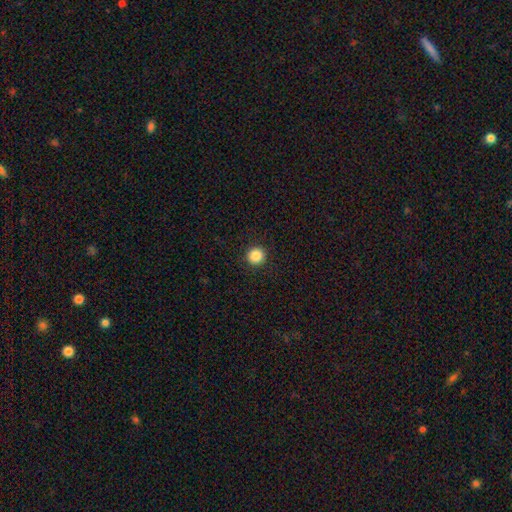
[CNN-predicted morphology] Smooth or featured? smooth (87%)
How rounded? round (95%)
Merging? none (93%)